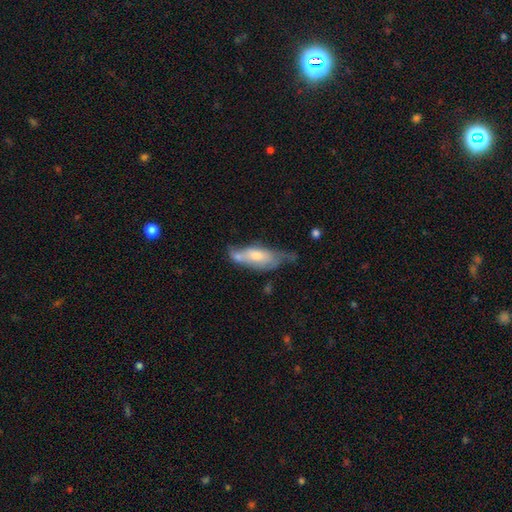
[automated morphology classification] Smooth or featured? Predicted: smooth (p=0.47). Merging? Predicted: minor disturbance (p=0.31).